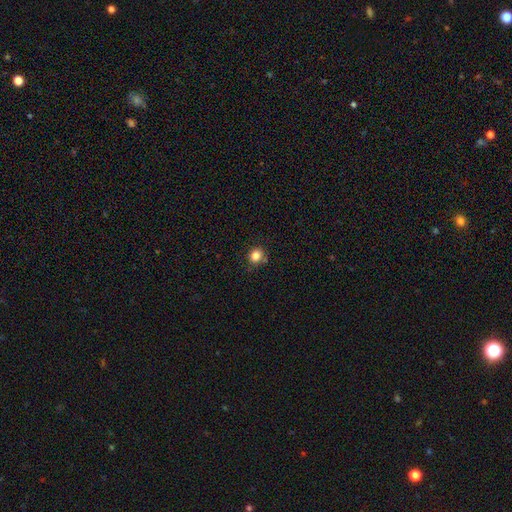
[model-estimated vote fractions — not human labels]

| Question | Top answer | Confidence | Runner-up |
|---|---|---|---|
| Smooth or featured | smooth | 83% | star or artifact (12%) |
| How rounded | round | 82% | in between (17%) |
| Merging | none | 80% | minor disturbance (13%) |